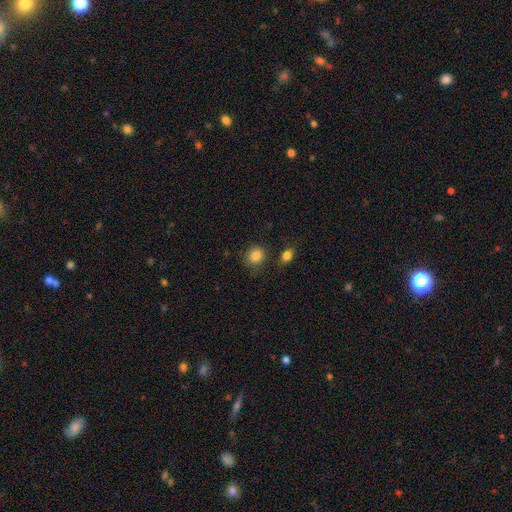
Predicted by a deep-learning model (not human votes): Smooth or featured? smooth (86%)
How rounded? round (78%)
Merging? none (75%)